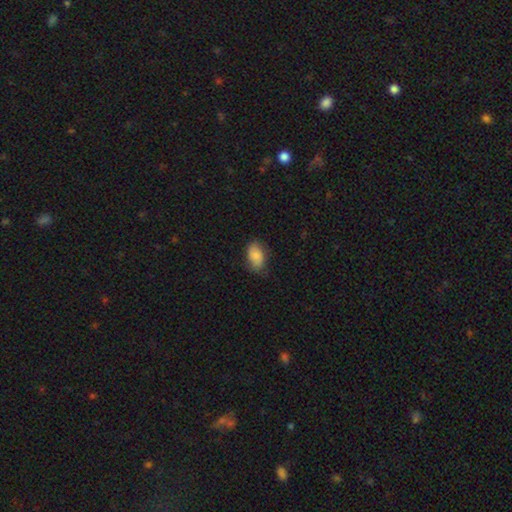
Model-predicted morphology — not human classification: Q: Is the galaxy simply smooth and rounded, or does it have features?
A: smooth — 83%.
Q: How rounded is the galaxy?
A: in between — 91%.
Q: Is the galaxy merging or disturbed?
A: none — 71%.